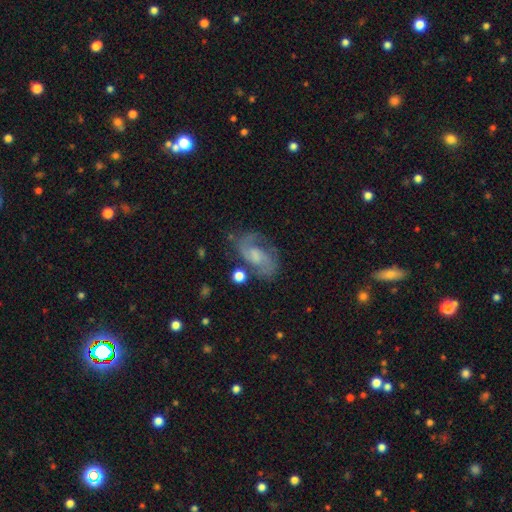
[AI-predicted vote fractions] Smooth or featured? featured or disk (82%)
Edge-on disk? no (97%)
Bar? weak (47%)
Spiral arms? yes (95%)
Spiral winding? medium (55%)
Spiral arm count? 2 (88%)
Bulge size? small (34%)
Merging? none (68%)